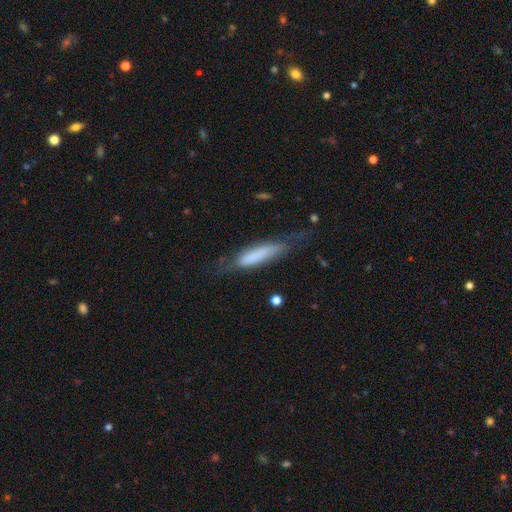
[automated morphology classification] Q: Smooth or featured?
A: smooth (63%); runner-up: featured or disk (30%)
Q: How rounded?
A: cigar-shaped (77%); runner-up: in between (21%)
Q: Merging?
A: none (51%); runner-up: minor disturbance (29%)